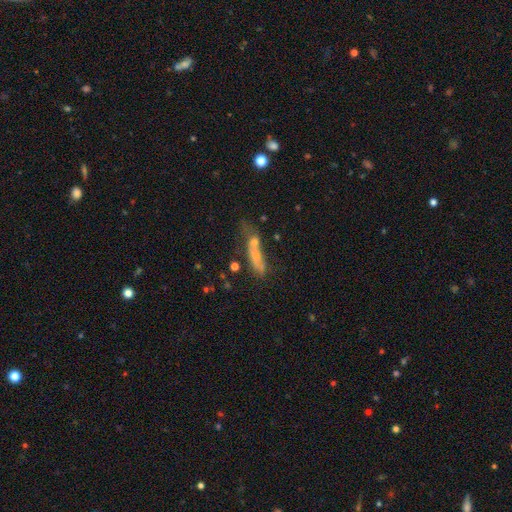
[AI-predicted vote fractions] A smooth galaxy with no disk features (51%) that is cigar-shaped (62%). Merging: merger (32%).